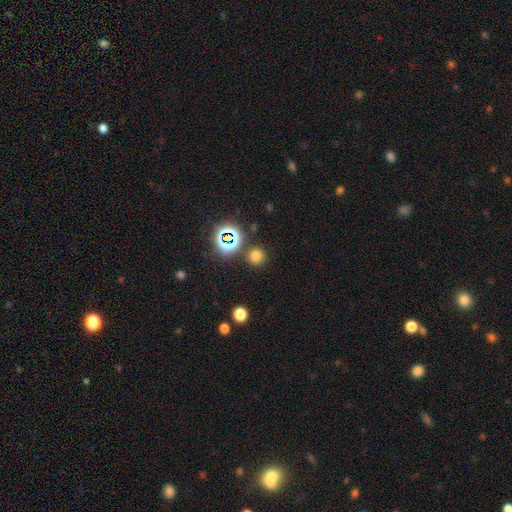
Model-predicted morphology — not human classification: A smooth galaxy with no disk features (68%) that is round (88%).

Vote fractions:
- Smooth or featured? smooth: 68% / star or artifact: 26% / featured or disk: 6%
- How rounded? round: 88% / in between: 11% / cigar-shaped: 1%
- Merging? none: 84% / minor disturbance: 7% / merger: 5% / major disturbance: 3%